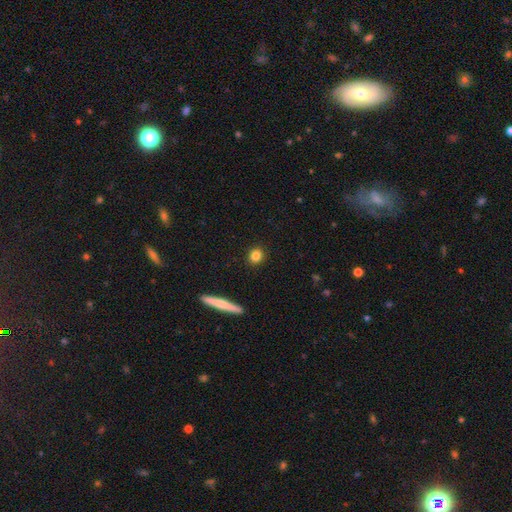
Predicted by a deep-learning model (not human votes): smooth_or_featured: smooth (p=0.83) [alt: star or artifact p=0.09]
how_rounded: round (p=0.75) [alt: in between p=0.21]
merging: none (p=0.91) [alt: minor disturbance p=0.06]